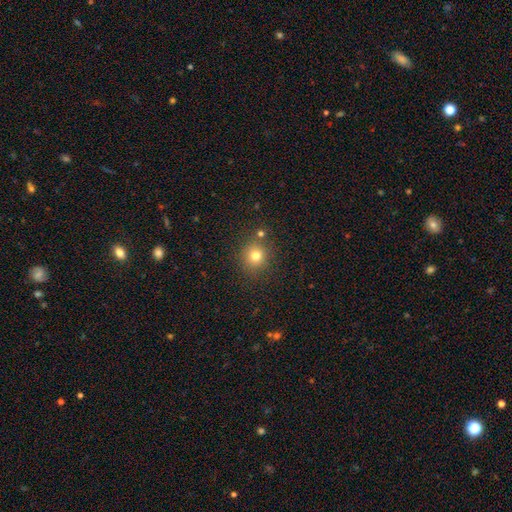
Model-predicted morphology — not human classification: A smooth galaxy with no disk features (77%) that is round (88%). Merging: none (81%).